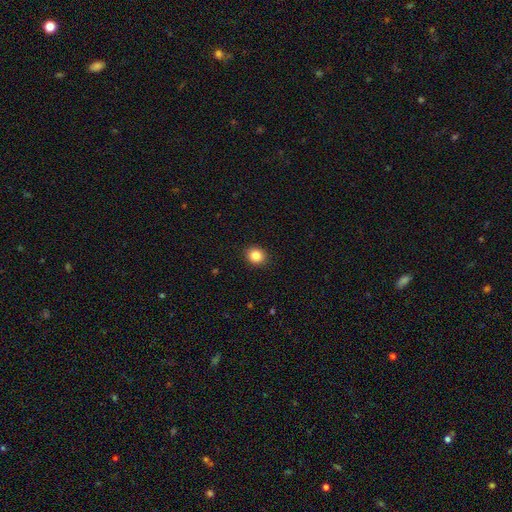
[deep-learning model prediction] This is clearly a smooth galaxy (85%). How rounded: likely round (76%). Merging: clearly none (92%).